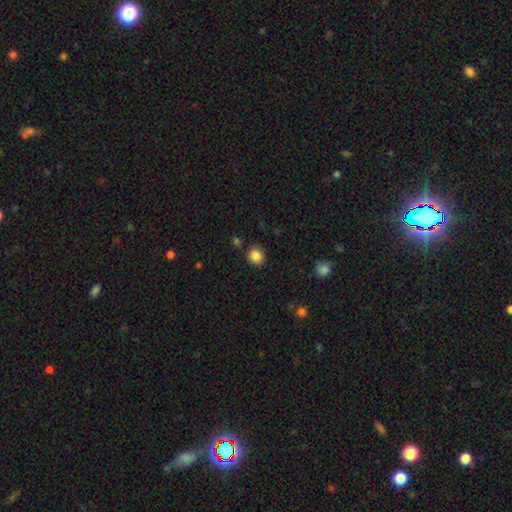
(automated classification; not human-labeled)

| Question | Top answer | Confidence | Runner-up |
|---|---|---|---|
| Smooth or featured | smooth | 86% | star or artifact (10%) |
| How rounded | round | 88% | in between (11%) |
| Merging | none | 87% | minor disturbance (7%) |